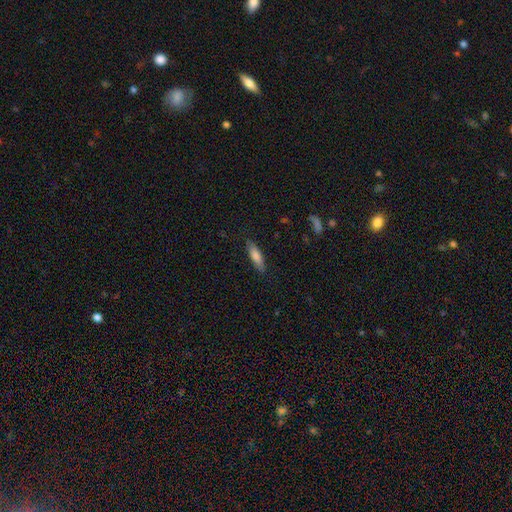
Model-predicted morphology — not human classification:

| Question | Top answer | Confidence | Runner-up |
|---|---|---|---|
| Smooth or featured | smooth | 79% | featured or disk (15%) |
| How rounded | cigar-shaped | 62% | in between (36%) |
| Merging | none | 85% | minor disturbance (12%) |